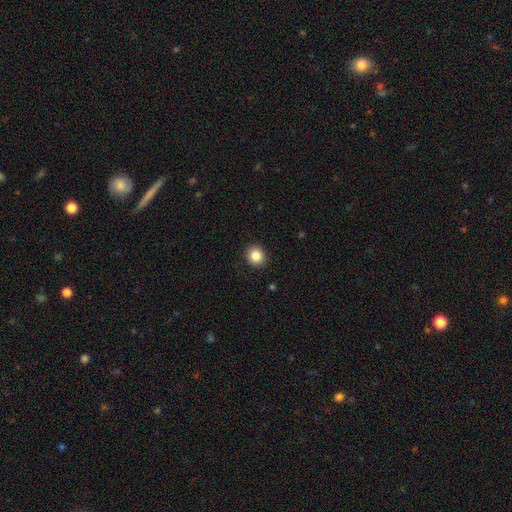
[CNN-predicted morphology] type=smooth (85%); roundness=round (86%); merging=none (91%).